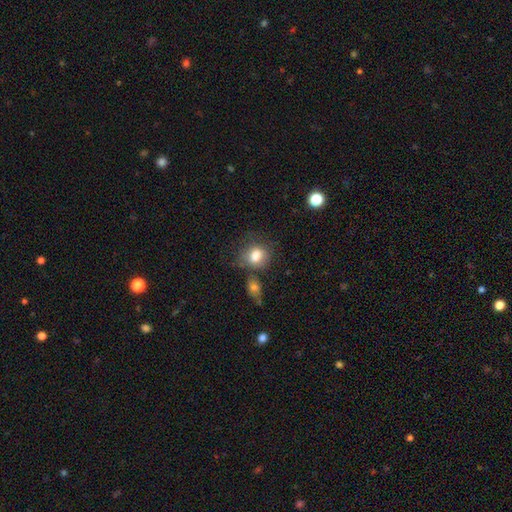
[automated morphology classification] smooth 80%, featured or disk 10%, star or artifact 10%. Down the decision tree: how rounded — round (58%); merging — none (59%).